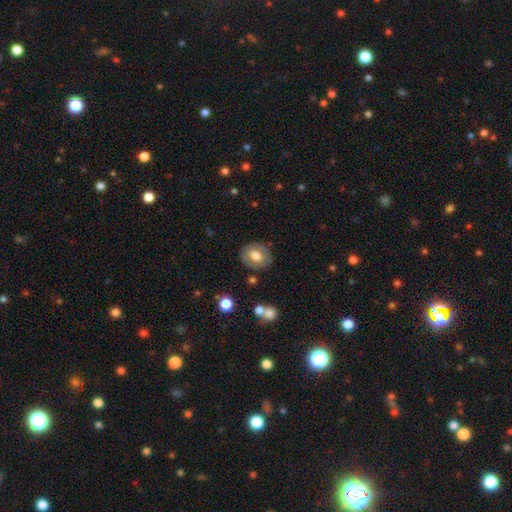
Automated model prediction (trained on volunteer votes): This appears to be a smooth galaxy with no disk features (66%) that is round (58%). Merging: none (83%).